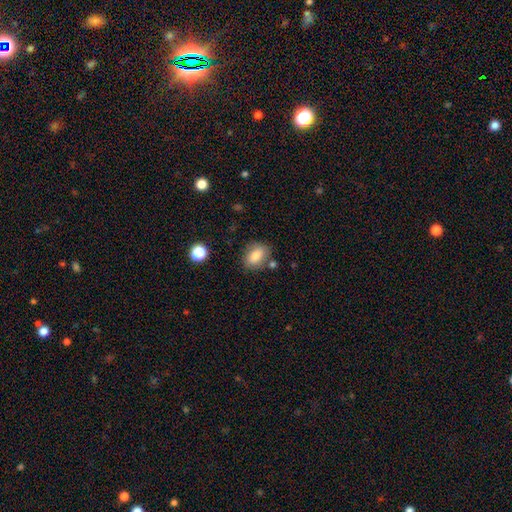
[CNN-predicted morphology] Smooth or featured? Predicted: smooth (p=0.81). How rounded? Predicted: in between (p=0.77). Merging? Predicted: none (p=0.73).